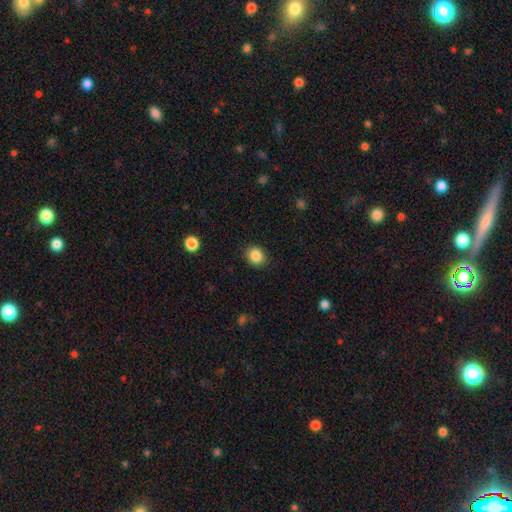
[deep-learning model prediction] This is clearly a smooth galaxy (87%). How rounded: likely round (66%). Merging: clearly none (88%).